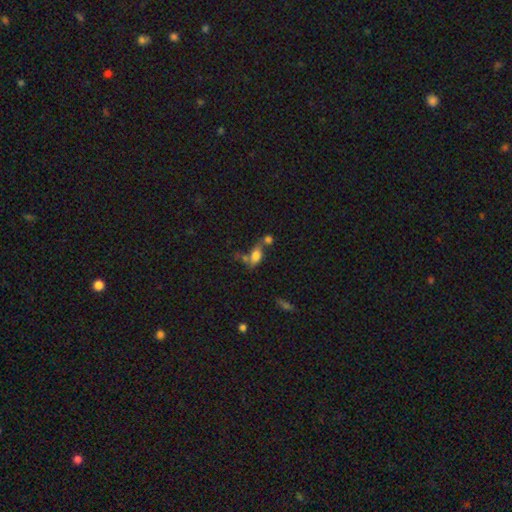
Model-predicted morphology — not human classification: Smooth or featured? smooth (71%)
How rounded? in between (81%)
Merging? merger (45%)